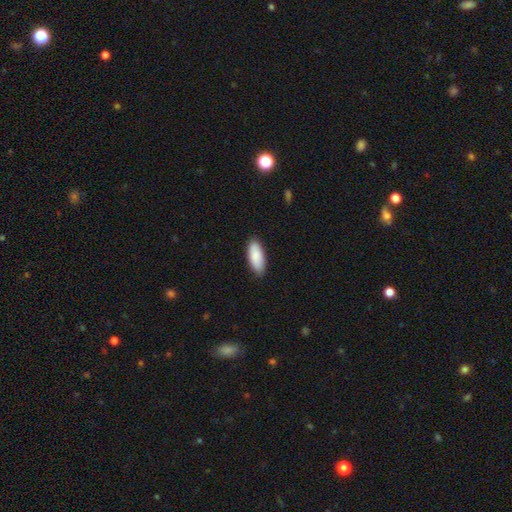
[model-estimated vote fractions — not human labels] Smooth or featured: smooth — 89% (star or artifact — 5%)
How rounded: in between — 82% (cigar-shaped — 17%)
Merging: none — 87% (minor disturbance — 11%)